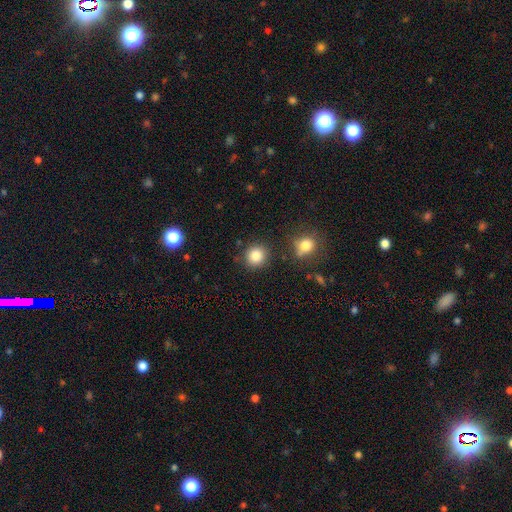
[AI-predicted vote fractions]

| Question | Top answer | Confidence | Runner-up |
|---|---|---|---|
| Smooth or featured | smooth | 85% | star or artifact (10%) |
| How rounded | round | 88% | in between (11%) |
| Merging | none | 85% | minor disturbance (8%) |